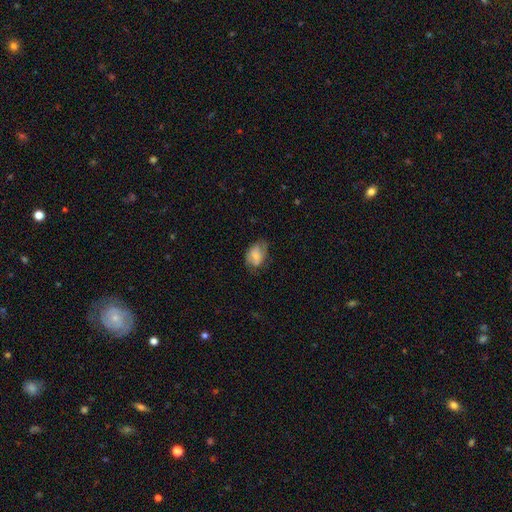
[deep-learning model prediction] Smooth or featured: smooth — 69% (featured or disk — 23%)
How rounded: in between — 81% (round — 18%)
Merging: none — 53% (minor disturbance — 33%)